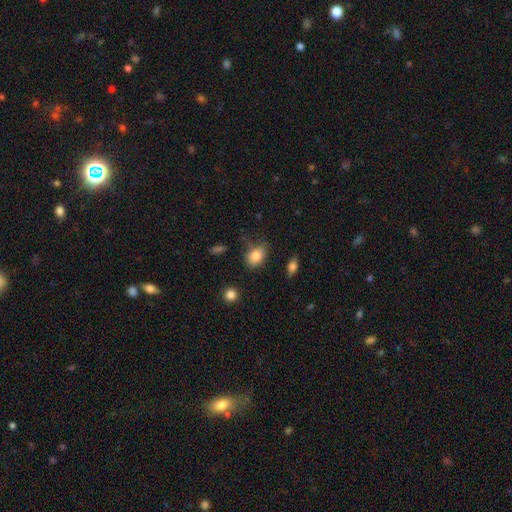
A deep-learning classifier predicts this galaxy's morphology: A smooth galaxy with no disk features (83%) that is in between round and cigar-shaped (70%).

Vote fractions:
- Smooth or featured? smooth: 83% / star or artifact: 9% / featured or disk: 8%
- How rounded? in between: 70% / round: 29% / cigar-shaped: 1%
- Merging? none: 61% / minor disturbance: 27% / major disturbance: 8% / merger: 3%